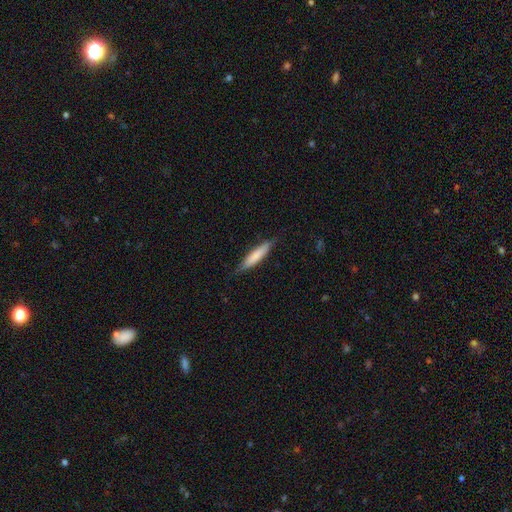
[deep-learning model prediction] The model was most divided on "smooth or featured": smooth: 77%, featured or disk: 18%, star or artifact: 6%. More confident: how rounded — cigar-shaped (84%); merging — none (82%).